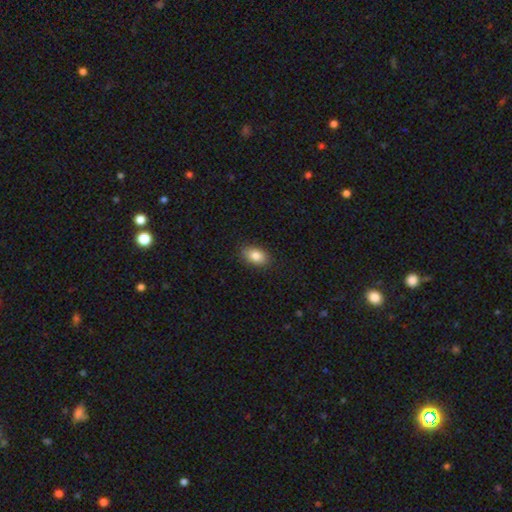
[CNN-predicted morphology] smooth-or-featured: smooth: 85% | star or artifact: 8% | featured or disk: 7%
  how-rounded: in between: 88% | round: 10% | cigar-shaped: 2%
  merging: none: 87% | minor disturbance: 10% | major disturbance: 2% | merger: 1%